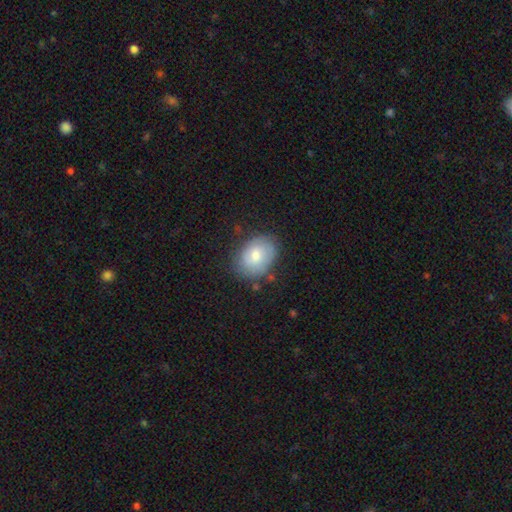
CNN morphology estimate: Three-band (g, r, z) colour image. It shows a smooth galaxy with no disk features (71%) that is in between round and cigar-shaped (71%). Merging: none (72%).